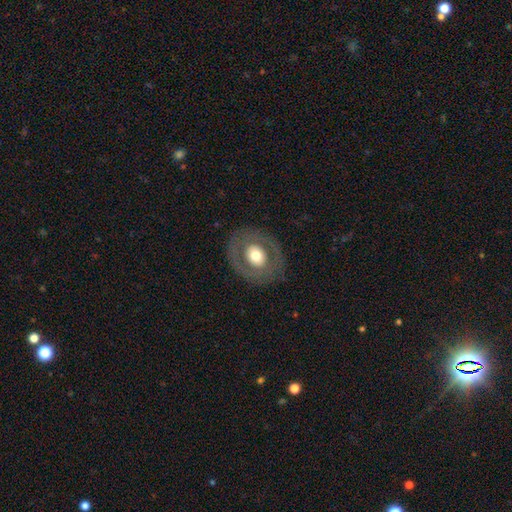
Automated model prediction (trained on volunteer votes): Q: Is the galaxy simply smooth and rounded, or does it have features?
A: smooth — 49%.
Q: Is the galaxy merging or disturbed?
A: none — 82%.